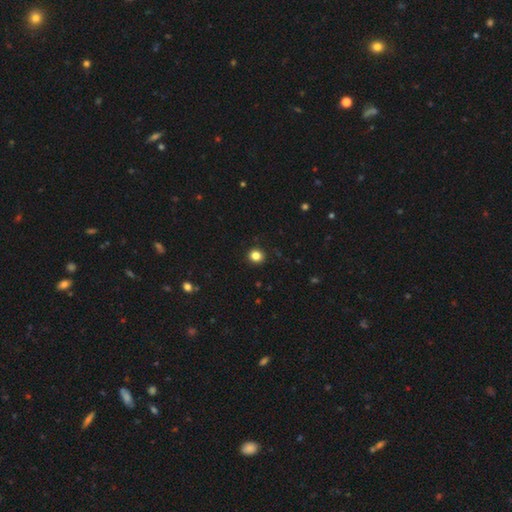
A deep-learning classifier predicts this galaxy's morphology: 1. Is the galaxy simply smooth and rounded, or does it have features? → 84% smooth, 12% star or artifact, 4% featured or disk.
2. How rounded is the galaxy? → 90% round, 9% in between, 1% cigar-shaped.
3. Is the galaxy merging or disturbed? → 93% none, 5% minor disturbance, 2% major disturbance, 1% merger.